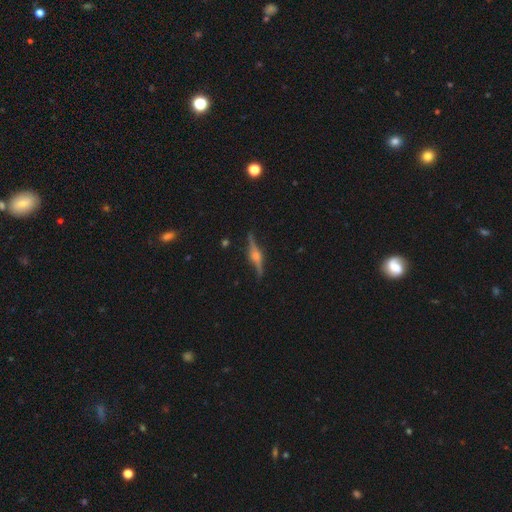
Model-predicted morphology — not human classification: The model was most divided on "merging": none: 85%, minor disturbance: 11%, major disturbance: 3%, merger: 1%. More confident: edge-on disk — yes (97%); edge-on bulge — rounded (89%); smooth or featured — featured or disk (84%).